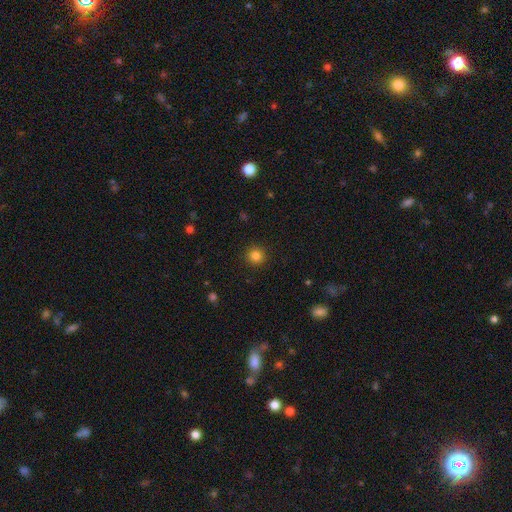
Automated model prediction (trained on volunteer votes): Overall: smooth (83%). How rounded: round (94%). Merging: none (92%).